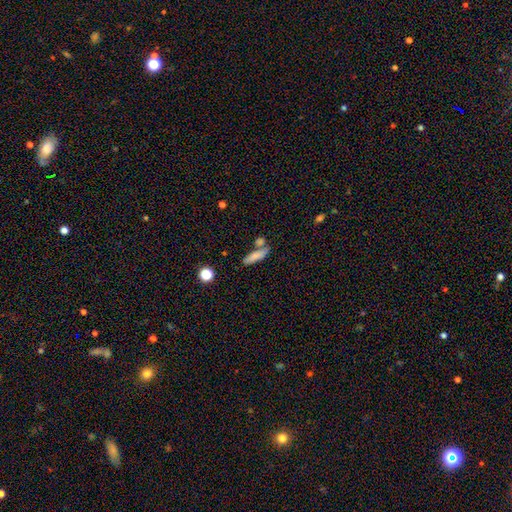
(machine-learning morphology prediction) Smooth or featured?
  - smooth: 79% *
  - featured or disk: 13%
  - star or artifact: 8%
How rounded?
  - cigar-shaped: 67% *
  - in between: 30%
  - round: 3%
Merging?
  - none: 61% *
  - merger: 21%
  - minor disturbance: 14%
  - major disturbance: 5%